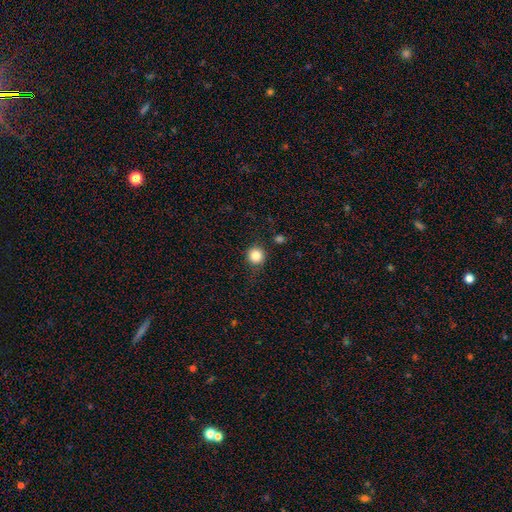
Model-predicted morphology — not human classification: The model was most divided on "smooth or featured": smooth: 84%, star or artifact: 11%, featured or disk: 5%. More confident: how rounded — round (93%); merging — none (84%).